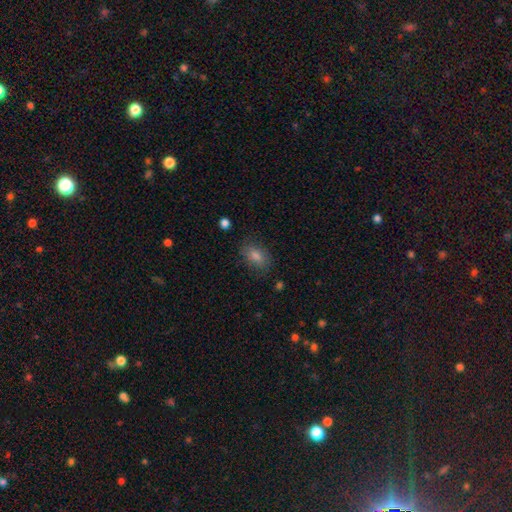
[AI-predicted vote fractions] This appears to be a smooth galaxy with no disk features (77%) that is in between round and cigar-shaped (83%). Merging: none (82%).